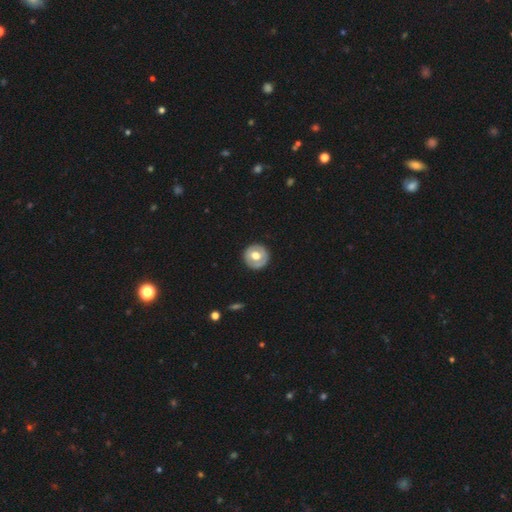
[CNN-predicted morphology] This appears to be a smooth galaxy with no disk features (51%) that is round (94%). Merging: none (87%).